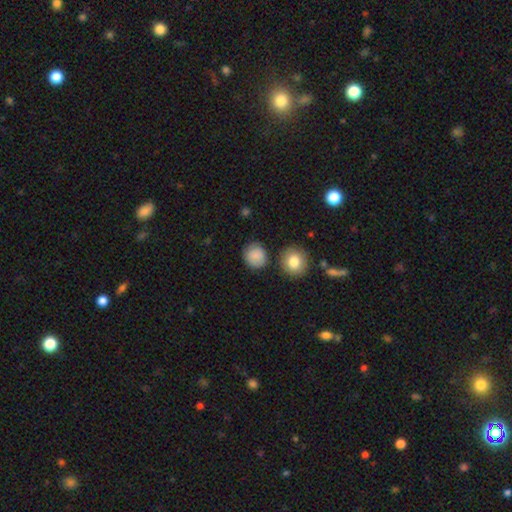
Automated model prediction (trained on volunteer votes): A smooth galaxy with no disk features (85%) that is round (87%).

Vote fractions:
- Smooth or featured? smooth: 85% / star or artifact: 8% / featured or disk: 6%
- How rounded? round: 87% / in between: 12% / cigar-shaped: 1%
- Merging? none: 79% / minor disturbance: 14% / major disturbance: 4% / merger: 4%